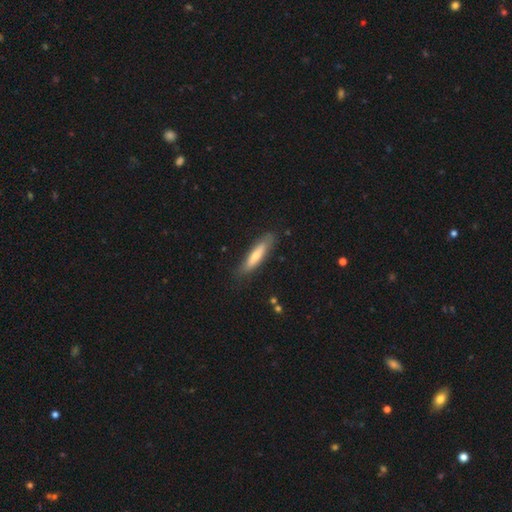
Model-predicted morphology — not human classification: Smooth or featured: smooth — 58% (featured or disk — 35%)
How rounded: cigar-shaped — 84% (in between — 15%)
Merging: none — 82% (minor disturbance — 14%)